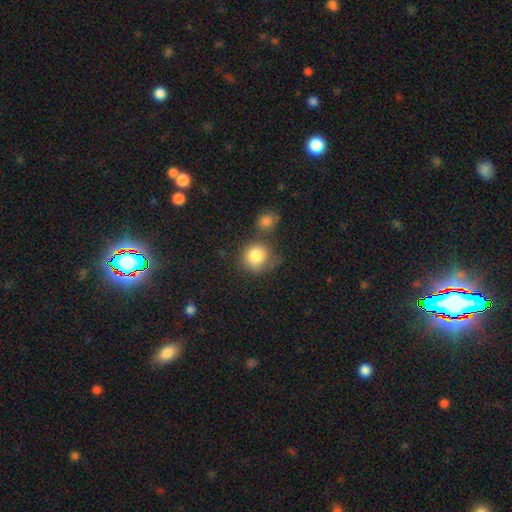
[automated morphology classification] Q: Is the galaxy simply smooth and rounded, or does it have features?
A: smooth — 85%.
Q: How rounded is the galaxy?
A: round — 85%.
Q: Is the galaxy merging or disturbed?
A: none — 54%.